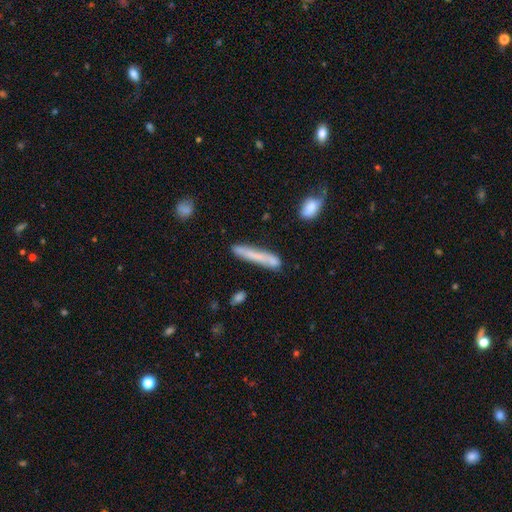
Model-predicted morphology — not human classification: smooth 65%, featured or disk 28%, star or artifact 7%. Down the decision tree: how rounded — cigar-shaped (94%); merging — none (69%).